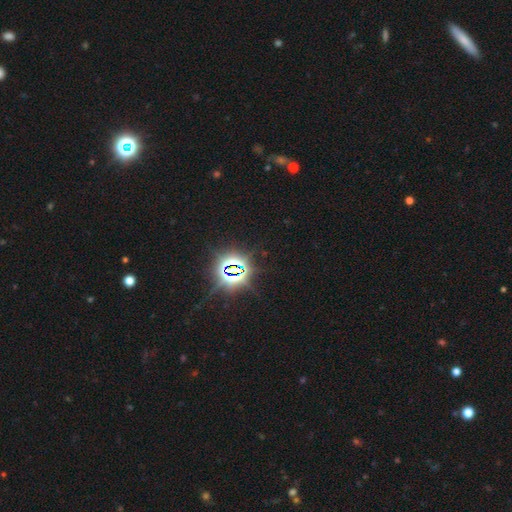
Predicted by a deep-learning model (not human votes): A star or artifact, not a galaxy (81%).